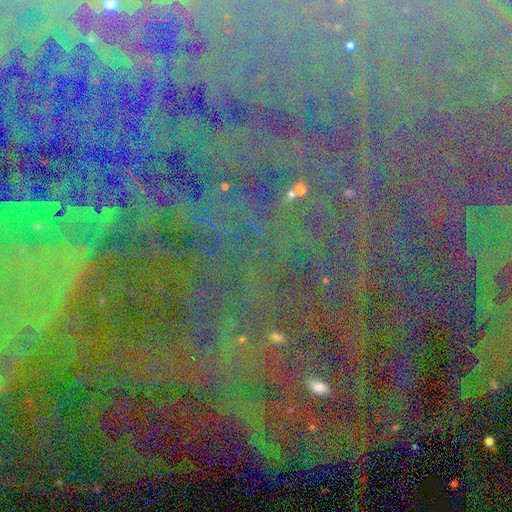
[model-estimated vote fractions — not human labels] A star or artifact, not a galaxy (87%).